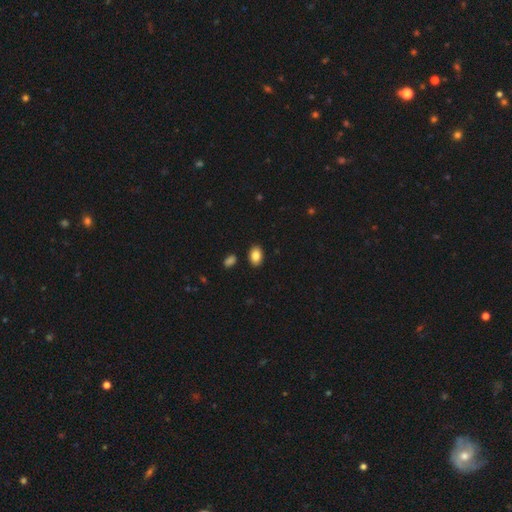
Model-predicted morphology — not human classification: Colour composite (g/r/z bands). It shows a smooth galaxy with no disk features (86%) that is in between round and cigar-shaped (84%). Merging: none (88%).